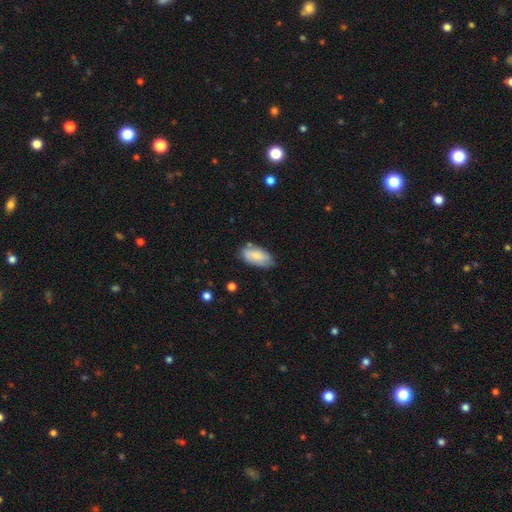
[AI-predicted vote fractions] This appears to be a smooth galaxy with no disk features (79%) that is in between round and cigar-shaped (93%). Merging: none (70%).